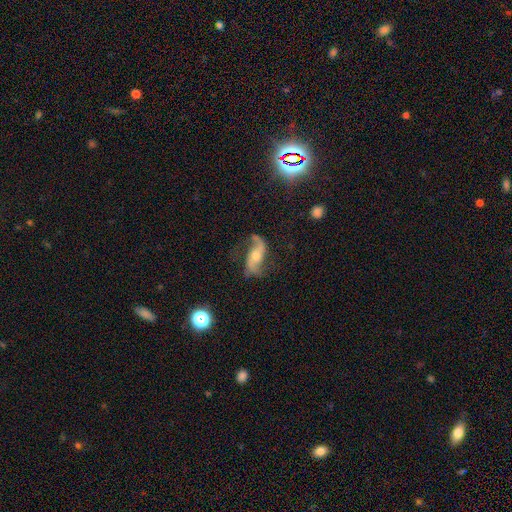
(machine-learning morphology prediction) A featured or disk galaxy (81%) with no bar (52%), 2 (91%) loose (74%) spiral arms (94%) and a moderate central bulge (52%). Merging: none (68%).